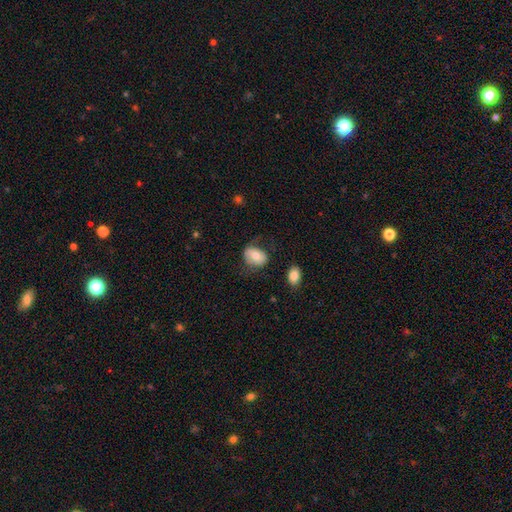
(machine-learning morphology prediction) smooth 66%, featured or disk 27%, star or artifact 7%. Down the decision tree: how rounded — in between (71%); merging — none (58%).